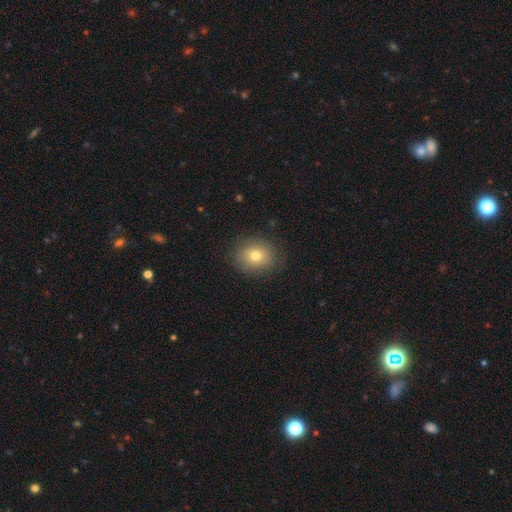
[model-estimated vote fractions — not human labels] Morphology: type=smooth (76%); roundness=round (69%); merging=none (86%).